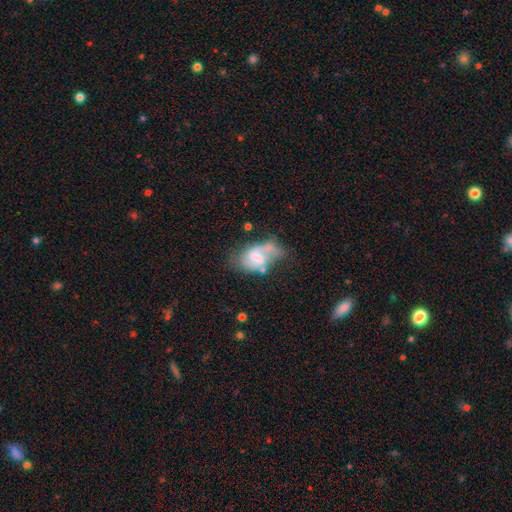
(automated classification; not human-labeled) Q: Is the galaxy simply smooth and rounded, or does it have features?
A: featured or disk — 64%.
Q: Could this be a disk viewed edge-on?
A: no — 96%.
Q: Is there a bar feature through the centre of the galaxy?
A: weak — 48%.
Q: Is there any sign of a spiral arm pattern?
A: yes — 79%.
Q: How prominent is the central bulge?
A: small — 33%.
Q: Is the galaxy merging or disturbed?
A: none — 34%.